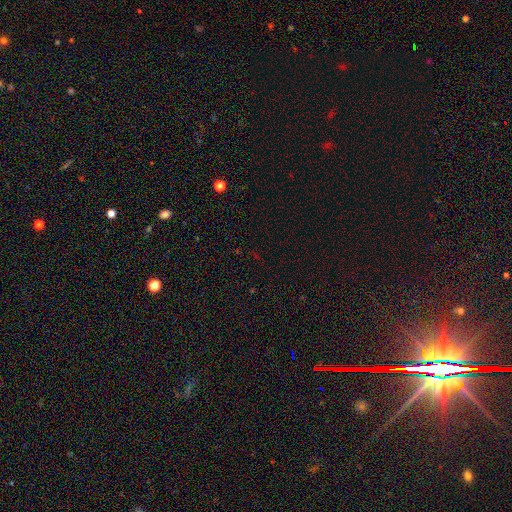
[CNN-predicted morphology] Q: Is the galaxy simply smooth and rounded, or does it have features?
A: star or artifact — 71%.